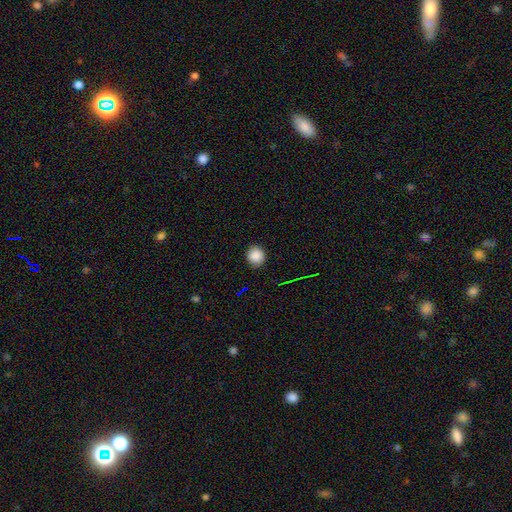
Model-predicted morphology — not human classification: A smooth galaxy with no disk features (85%) that is round (89%). Merging: none (89%).